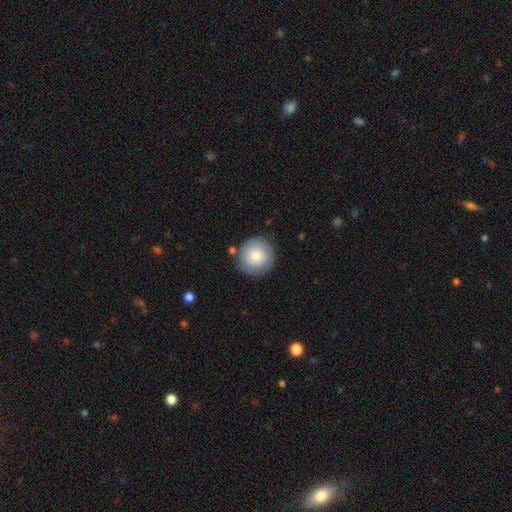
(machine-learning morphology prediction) Smooth or featured: smooth — 80% (featured or disk — 14%)
How rounded: round — 94% (in between — 5%)
Merging: none — 82% (minor disturbance — 11%)